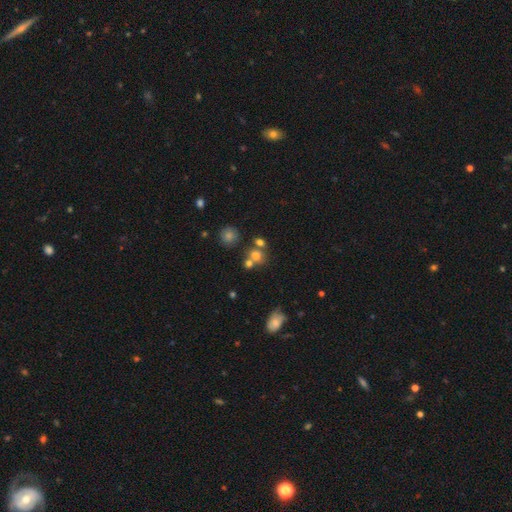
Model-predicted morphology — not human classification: Q: Smooth or featured?
A: smooth (69%); runner-up: star or artifact (17%)
Q: How rounded?
A: round (73%); runner-up: in between (26%)
Q: Merging?
A: none (48%); runner-up: merger (38%)